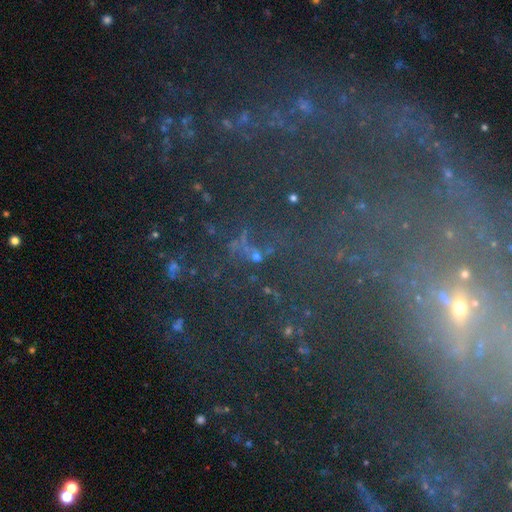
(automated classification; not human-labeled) Smooth or featured: star or artifact — 69% (featured or disk — 17%)